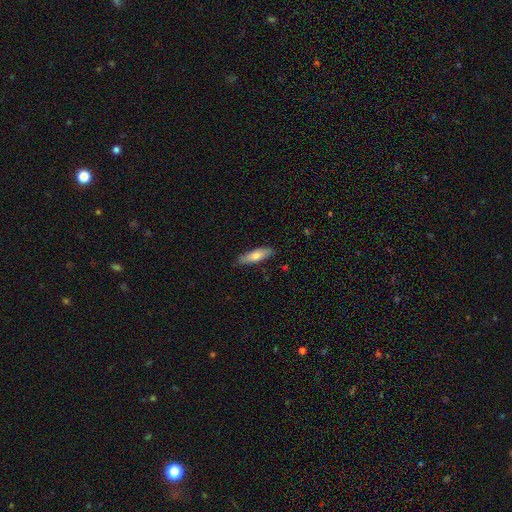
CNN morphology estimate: Q: Smooth or featured?
A: smooth (73%); runner-up: featured or disk (22%)
Q: How rounded?
A: cigar-shaped (58%); runner-up: in between (40%)
Q: Merging?
A: none (82%); runner-up: minor disturbance (14%)